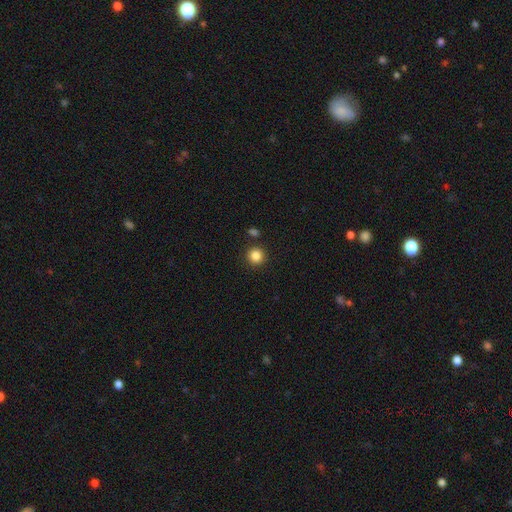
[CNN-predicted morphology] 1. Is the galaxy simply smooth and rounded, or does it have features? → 85% smooth, 11% star or artifact, 4% featured or disk.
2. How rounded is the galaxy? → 93% round, 6% in between, 1% cigar-shaped.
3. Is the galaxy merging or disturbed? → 88% none, 6% minor disturbance, 4% merger, 2% major disturbance.